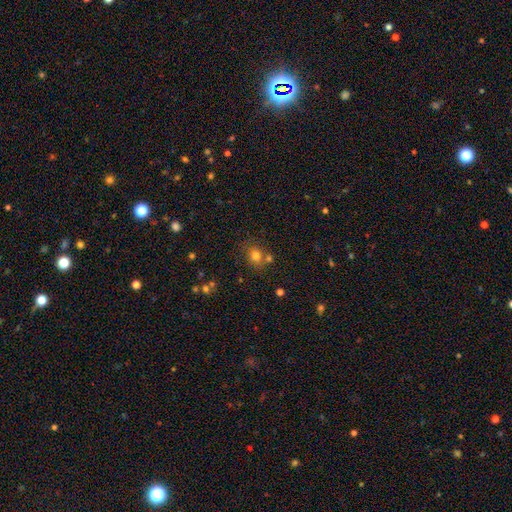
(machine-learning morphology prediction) A smooth galaxy with no disk features (75%) that is round (68%). Merging: none (64%).